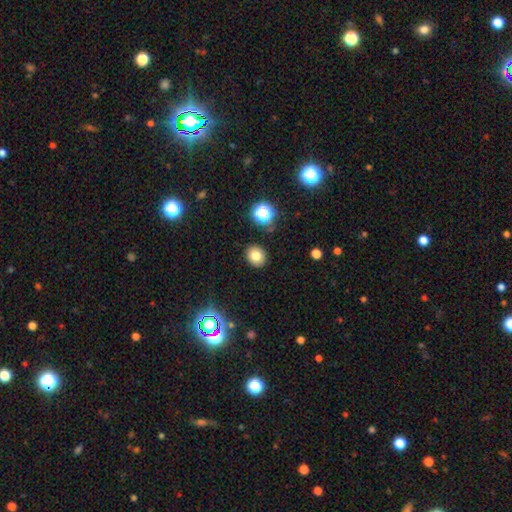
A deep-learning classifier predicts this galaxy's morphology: smooth_or_featured: smooth (p=0.78) [alt: star or artifact p=0.14]
how_rounded: round (p=0.71) [alt: in between p=0.29]
merging: none (p=0.89) [alt: minor disturbance p=0.07]